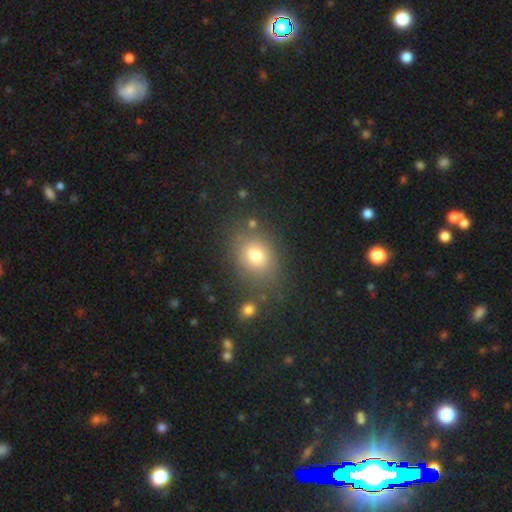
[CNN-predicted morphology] Smooth or featured?
  - smooth: 75% *
  - star or artifact: 14%
  - featured or disk: 12%
How rounded?
  - in between: 57% *
  - round: 42%
  - cigar-shaped: 1%
Merging?
  - none: 73% *
  - minor disturbance: 14%
  - merger: 8%
  - major disturbance: 6%